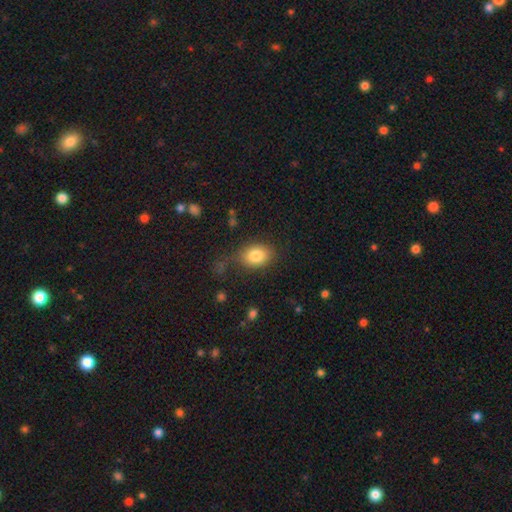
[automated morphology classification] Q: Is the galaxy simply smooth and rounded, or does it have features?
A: smooth — 82%.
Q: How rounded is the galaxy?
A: in between — 72%.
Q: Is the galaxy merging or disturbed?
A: none — 70%.